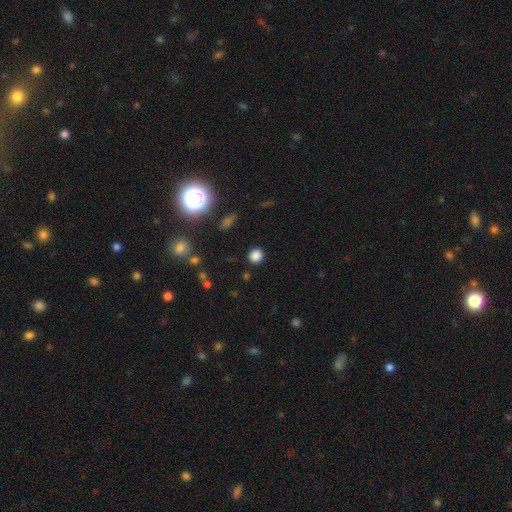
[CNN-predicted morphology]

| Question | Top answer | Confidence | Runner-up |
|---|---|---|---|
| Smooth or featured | smooth | 81% | star or artifact (15%) |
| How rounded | round | 86% | in between (13%) |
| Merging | none | 88% | minor disturbance (7%) |